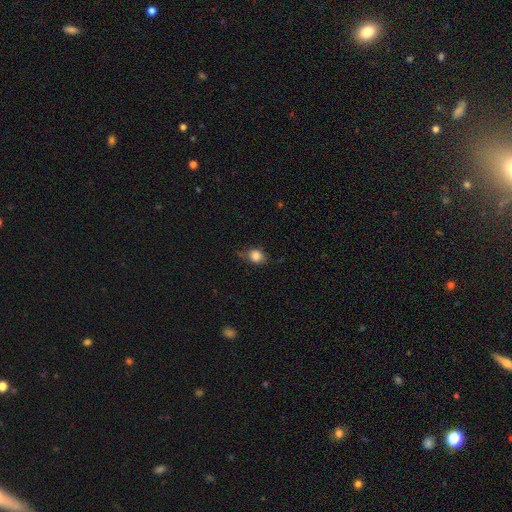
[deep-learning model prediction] This appears to be a smooth galaxy with no disk features (83%) that is round (67%). Merging: none (68%).